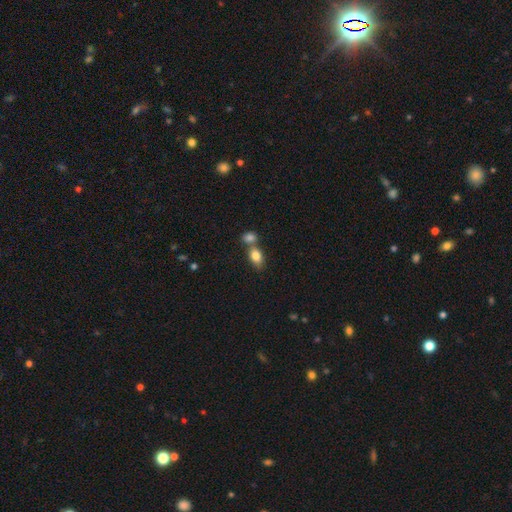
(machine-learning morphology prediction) Smooth or featured?
  - smooth: 84% *
  - featured or disk: 8%
  - star or artifact: 8%
How rounded?
  - in between: 82% *
  - round: 16%
  - cigar-shaped: 2%
Merging?
  - merger: 44% *
  - none: 43%
  - minor disturbance: 10%
  - major disturbance: 3%